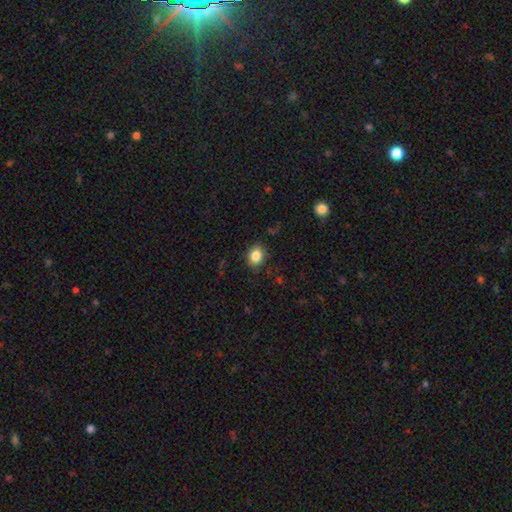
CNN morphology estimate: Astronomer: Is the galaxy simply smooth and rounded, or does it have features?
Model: smooth — 85%.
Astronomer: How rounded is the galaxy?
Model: in between — 52% (runner-up: round, 48%).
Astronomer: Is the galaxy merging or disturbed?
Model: none — 86%.